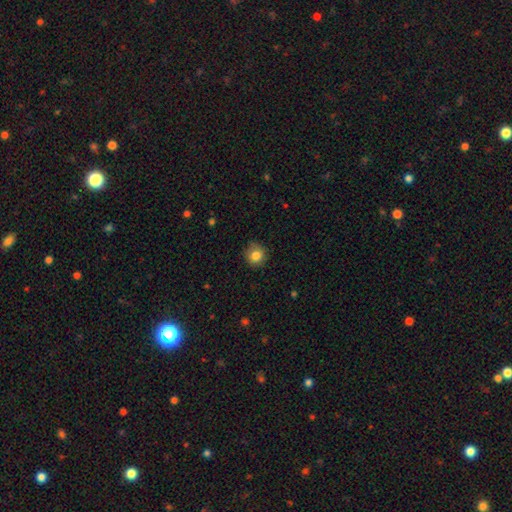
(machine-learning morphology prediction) smooth-or-featured: smooth: 83% | star or artifact: 10% | featured or disk: 7%
  how-rounded: round: 88% | in between: 11% | cigar-shaped: 1%
  merging: none: 82% | minor disturbance: 14% | major disturbance: 3% | merger: 1%